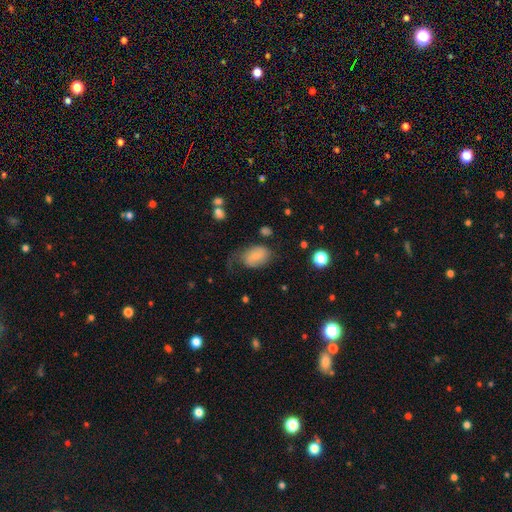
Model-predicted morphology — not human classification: smooth-or-featured: smooth: 65% | featured or disk: 26% | star or artifact: 8%
  how-rounded: in between: 84% | round: 15% | cigar-shaped: 1%
  merging: none: 42% | minor disturbance: 29% | major disturbance: 26% | merger: 3%